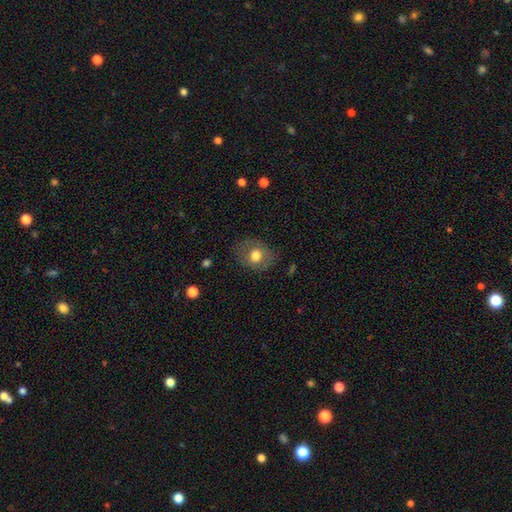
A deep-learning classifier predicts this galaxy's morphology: Smooth or featured? Predicted: smooth (p=0.68). How rounded? Predicted: round (p=0.62). Merging? Predicted: none (p=0.79).